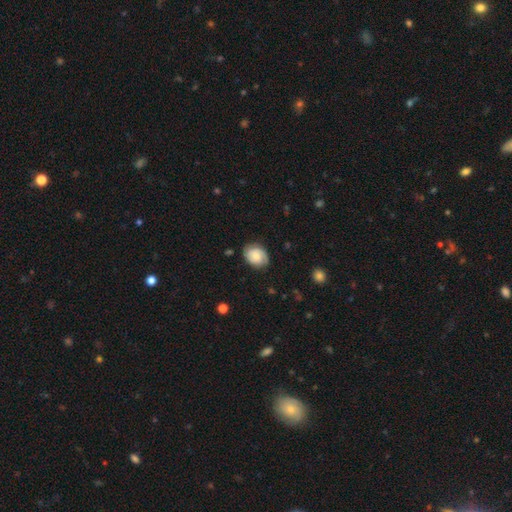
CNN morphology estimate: The model was most divided on "smooth or featured": smooth: 50%, featured or disk: 42%, star or artifact: 8%. More confident: merging — none (76%); how rounded — in between (58%).